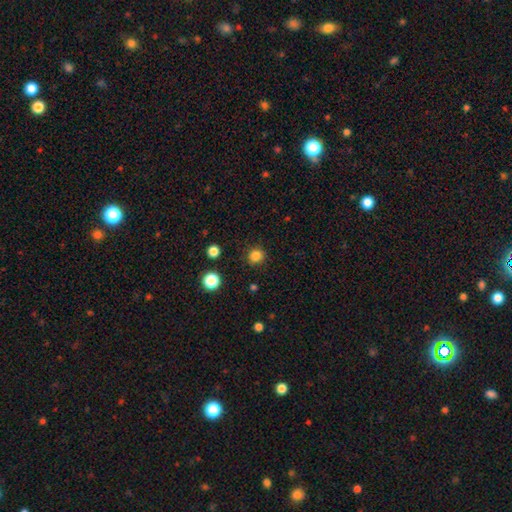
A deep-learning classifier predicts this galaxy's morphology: This is clearly a smooth galaxy (83%). How rounded: clearly round (91%). Merging: clearly none (90%).